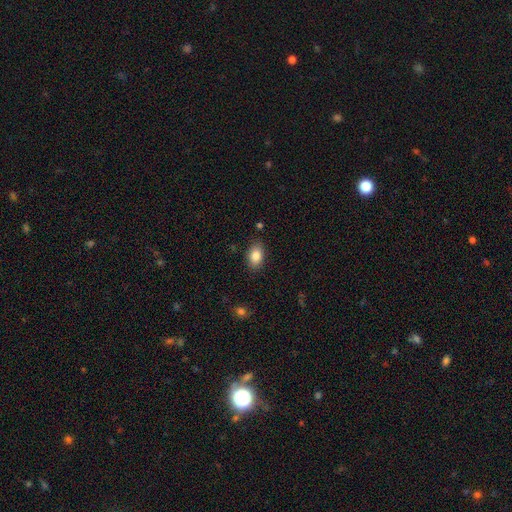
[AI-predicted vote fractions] Morphology: type=smooth (85%); roundness=in between (89%); merging=none (85%).